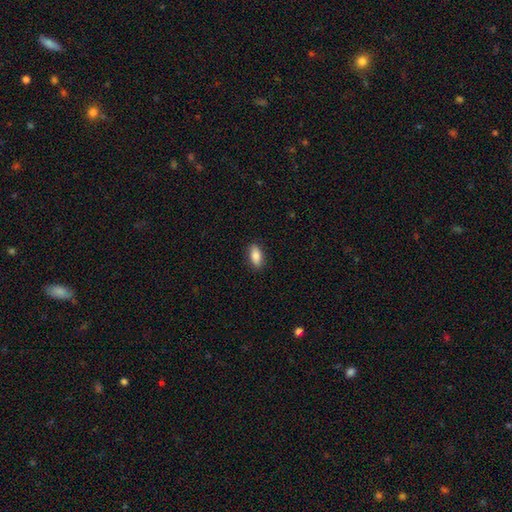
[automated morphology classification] Q: Smooth or featured?
A: smooth (84%); runner-up: featured or disk (9%)
Q: How rounded?
A: in between (86%); runner-up: cigar-shaped (11%)
Q: Merging?
A: none (87%); runner-up: minor disturbance (9%)